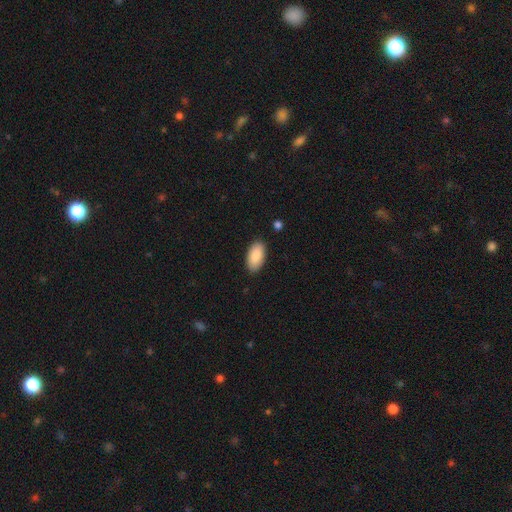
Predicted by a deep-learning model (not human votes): A smooth galaxy with no disk features (90%) that is in between round and cigar-shaped (95%). Merging: none (87%).